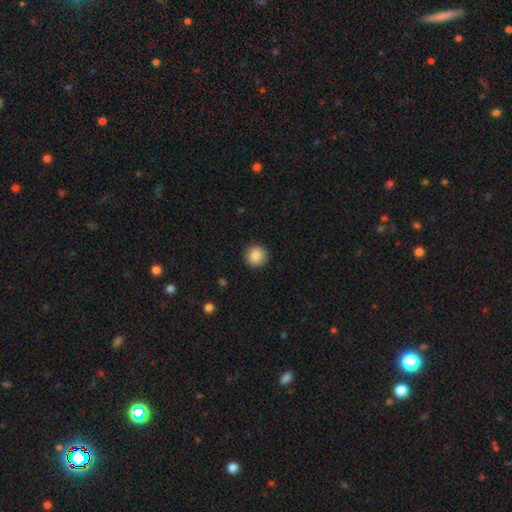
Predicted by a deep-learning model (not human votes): A smooth galaxy with no disk features (88%) that is round (95%).

Vote fractions:
- Smooth or featured? smooth: 88% / star or artifact: 8% / featured or disk: 4%
- How rounded? round: 95% / in between: 4% / cigar-shaped: 1%
- Merging? none: 92% / minor disturbance: 6% / major disturbance: 2% / merger: 1%